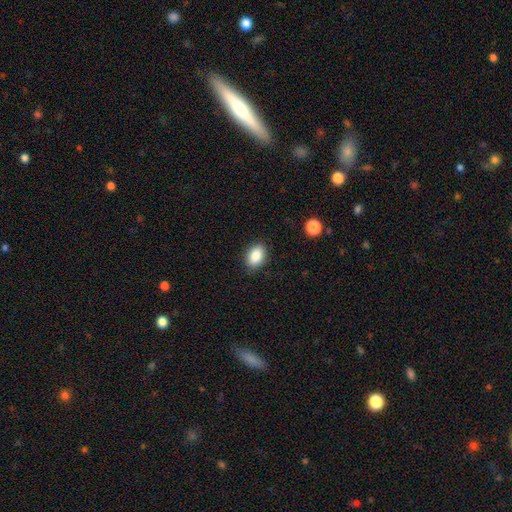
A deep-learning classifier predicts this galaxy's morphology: Q: Smooth or featured?
A: smooth (87%); runner-up: star or artifact (8%)
Q: How rounded?
A: in between (85%); runner-up: round (14%)
Q: Merging?
A: none (87%); runner-up: minor disturbance (10%)